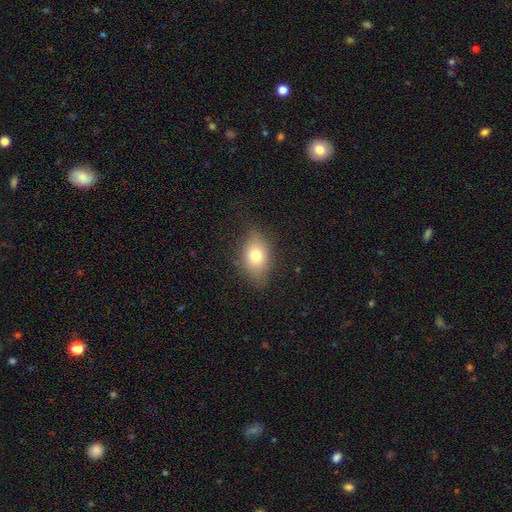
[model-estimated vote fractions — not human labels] Smooth or featured?
  - smooth: 75% *
  - featured or disk: 15%
  - star or artifact: 10%
How rounded?
  - in between: 80% *
  - round: 18%
  - cigar-shaped: 2%
Merging?
  - none: 76% *
  - minor disturbance: 18%
  - major disturbance: 5%
  - merger: 1%